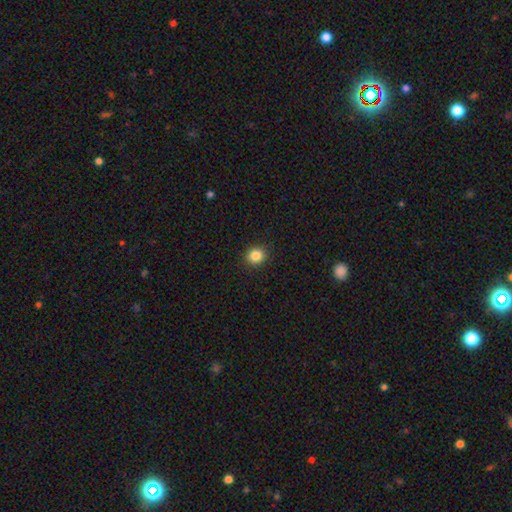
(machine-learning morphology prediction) Smooth or featured: smooth — 85% (star or artifact — 11%)
How rounded: round — 81% (in between — 18%)
Merging: none — 91% (minor disturbance — 6%)